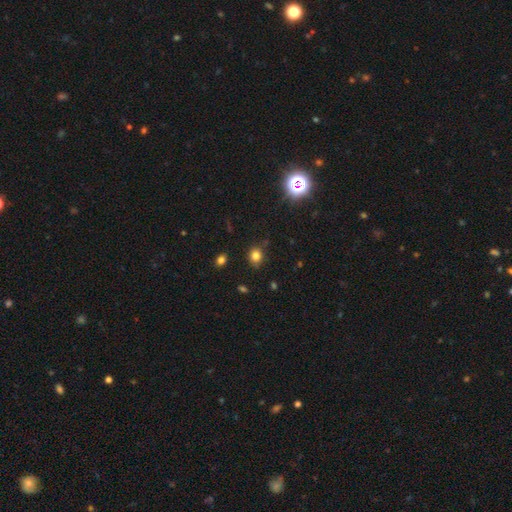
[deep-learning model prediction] Morphology: type=smooth (80%); roundness=round (76%); merging=none (81%).